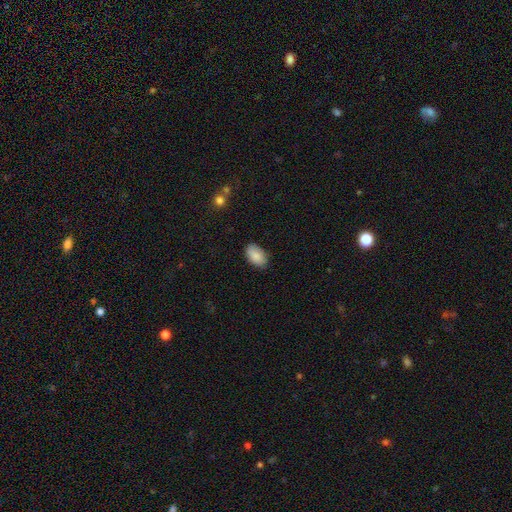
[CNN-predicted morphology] Smooth or featured? smooth (88%)
How rounded? in between (94%)
Merging? none (84%)